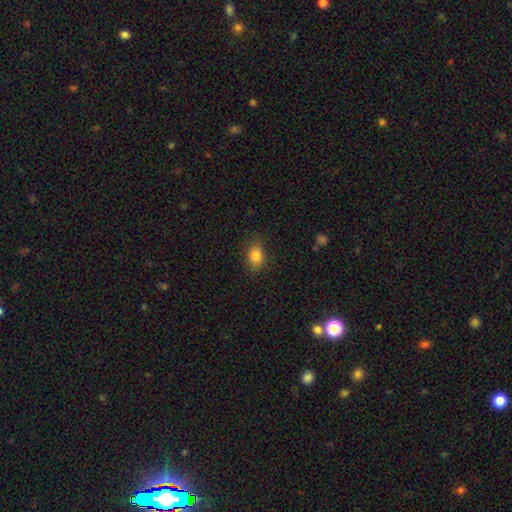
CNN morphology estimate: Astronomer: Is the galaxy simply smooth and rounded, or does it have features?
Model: smooth — 85%.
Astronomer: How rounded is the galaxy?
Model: in between — 72%.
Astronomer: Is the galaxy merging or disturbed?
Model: none — 83%.